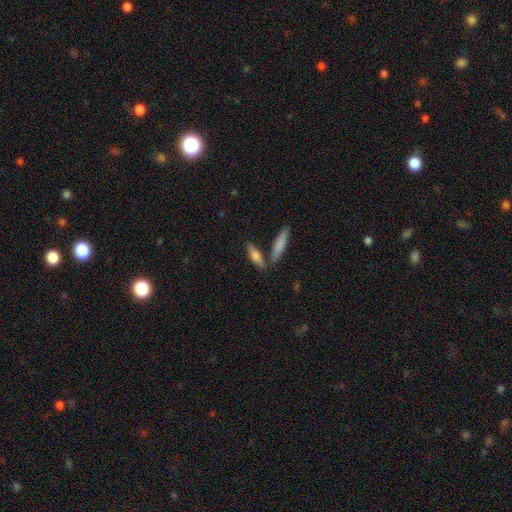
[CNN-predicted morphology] smooth-or-featured: smooth: 70% | featured or disk: 23% | star or artifact: 6%
  how-rounded: cigar-shaped: 67% | in between: 30% | round: 3%
  merging: none: 69% | merger: 17% | minor disturbance: 11% | major disturbance: 3%